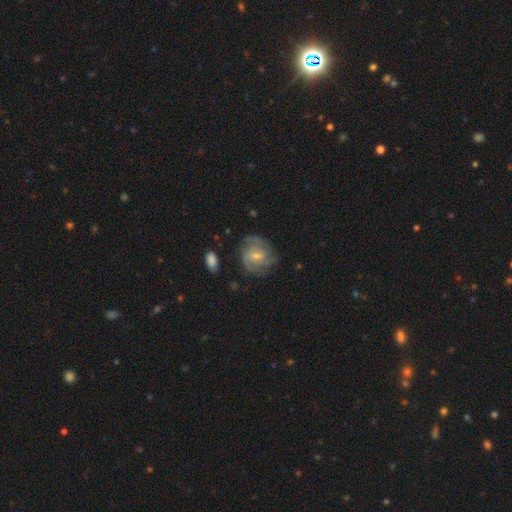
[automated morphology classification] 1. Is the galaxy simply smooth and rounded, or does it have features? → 77% featured or disk, 17% smooth, 6% star or artifact.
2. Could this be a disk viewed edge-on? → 98% no, 2% yes.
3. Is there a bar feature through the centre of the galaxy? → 54% weak, 35% no, 11% strong.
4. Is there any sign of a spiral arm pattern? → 92% yes, 8% no.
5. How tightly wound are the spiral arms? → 45% tight, 42% medium, 13% loose.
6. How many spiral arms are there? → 28% can't tell, 26% 3, 26% 2, 10% 4, 5% 1, 4% more than 4.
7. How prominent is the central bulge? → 58% small, 34% moderate, 5% none, 2% large, 1% dominant.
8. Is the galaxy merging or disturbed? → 69% none, 19% minor disturbance, 10% major disturbance, 2% merger.